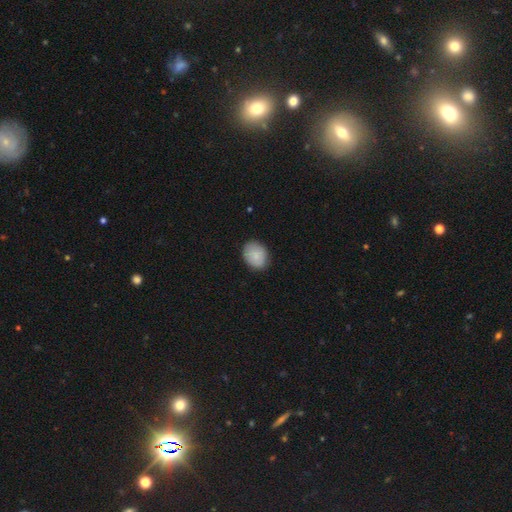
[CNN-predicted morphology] smooth_or_featured: smooth (p=0.85) [alt: featured or disk p=0.09]
how_rounded: in between (p=0.54) [alt: round p=0.45]
merging: none (p=0.85) [alt: minor disturbance p=0.12]